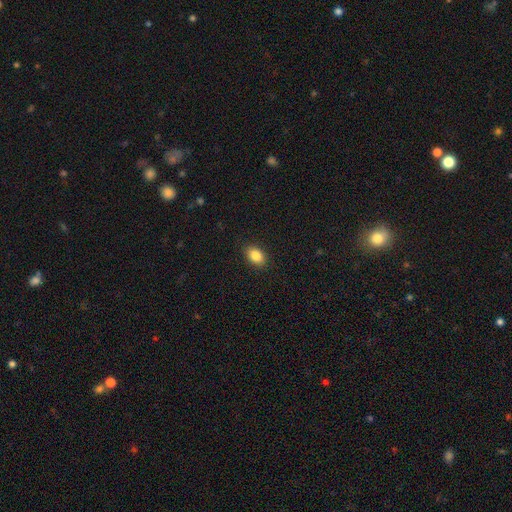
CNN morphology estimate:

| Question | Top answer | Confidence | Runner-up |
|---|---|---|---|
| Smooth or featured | smooth | 87% | star or artifact (9%) |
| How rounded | in between | 83% | round (15%) |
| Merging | none | 89% | minor disturbance (8%) |